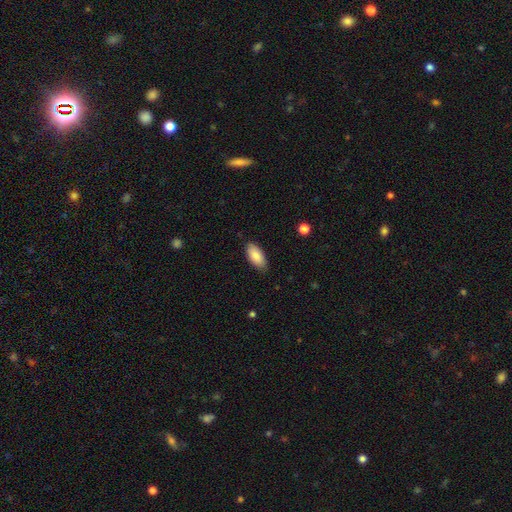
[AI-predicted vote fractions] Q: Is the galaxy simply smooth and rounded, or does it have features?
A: smooth — 87%.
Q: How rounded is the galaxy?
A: in between — 91%.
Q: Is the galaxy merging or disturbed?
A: none — 82%.